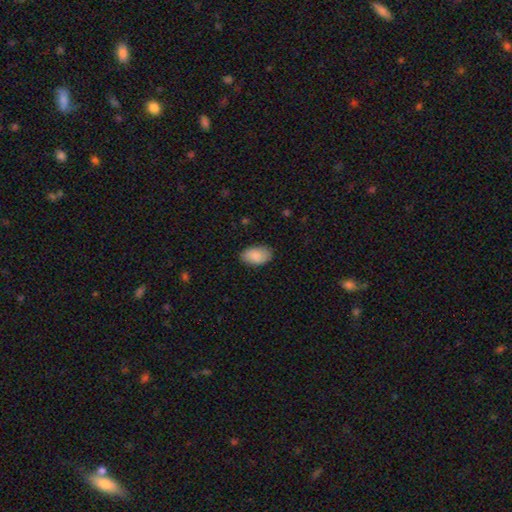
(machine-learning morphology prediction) A smooth galaxy with no disk features (89%) that is in between round and cigar-shaped (93%).

Vote fractions:
- Smooth or featured? smooth: 89% / star or artifact: 6% / featured or disk: 5%
- How rounded? in between: 93% / round: 5% / cigar-shaped: 1%
- Merging? none: 84% / minor disturbance: 13% / major disturbance: 3% / merger: 1%